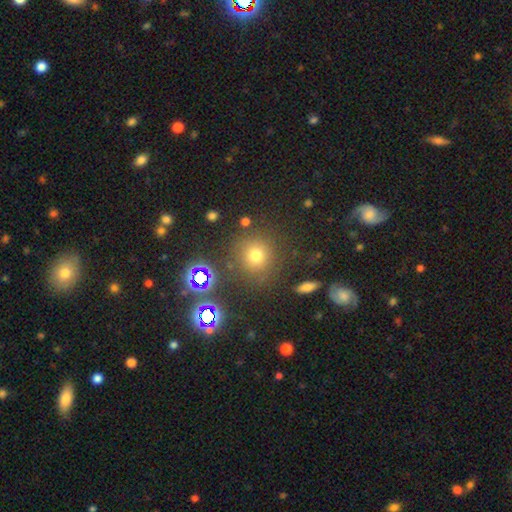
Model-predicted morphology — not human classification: smooth_or_featured: smooth (p=0.68) [alt: star or artifact p=0.24]
how_rounded: round (p=0.90) [alt: in between p=0.09]
merging: none (p=0.81) [alt: minor disturbance p=0.10]